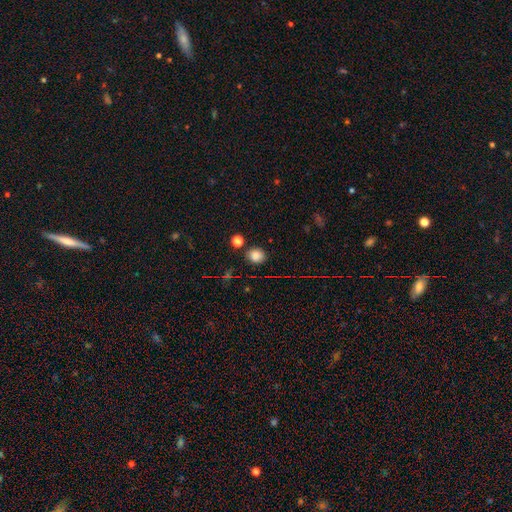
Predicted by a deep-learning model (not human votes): Smooth or featured?
  - smooth: 82% *
  - star or artifact: 13%
  - featured or disk: 5%
How rounded?
  - round: 73% *
  - in between: 26%
  - cigar-shaped: 1%
Merging?
  - none: 83% *
  - minor disturbance: 9%
  - merger: 5%
  - major disturbance: 3%